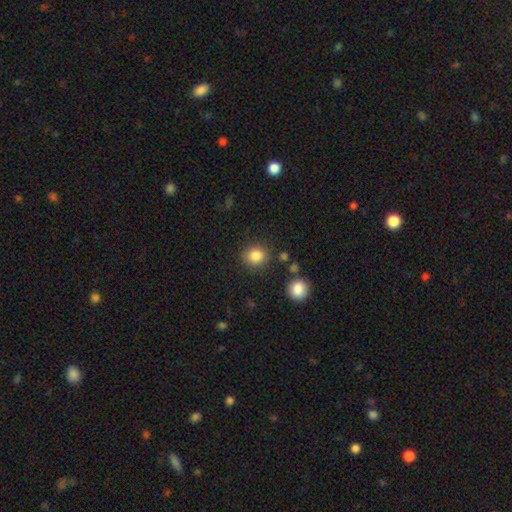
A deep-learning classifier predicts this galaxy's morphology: smooth_or_featured: smooth (p=0.85) [alt: star or artifact p=0.10]
how_rounded: round (p=0.84) [alt: in between p=0.15]
merging: none (p=0.85) [alt: minor disturbance p=0.09]